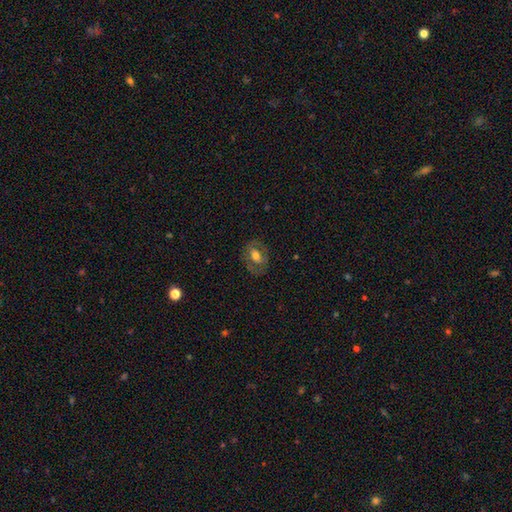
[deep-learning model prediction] A smooth galaxy with no disk features (50%) that is in between round and cigar-shaped (68%). Merging: none (77%).